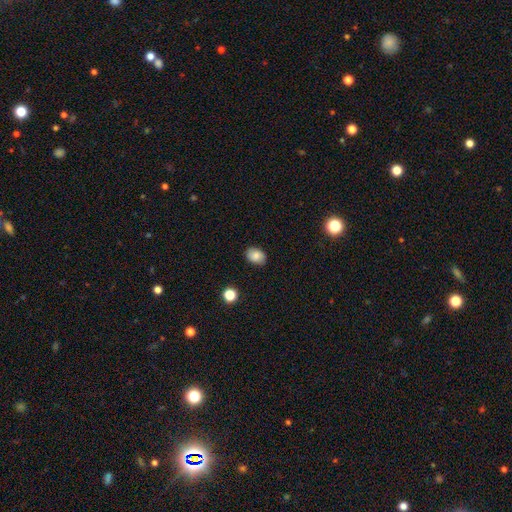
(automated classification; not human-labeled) Q: Smooth or featured?
A: smooth (82%); runner-up: star or artifact (9%)
Q: How rounded?
A: in between (73%); runner-up: round (26%)
Q: Merging?
A: none (85%); runner-up: minor disturbance (11%)